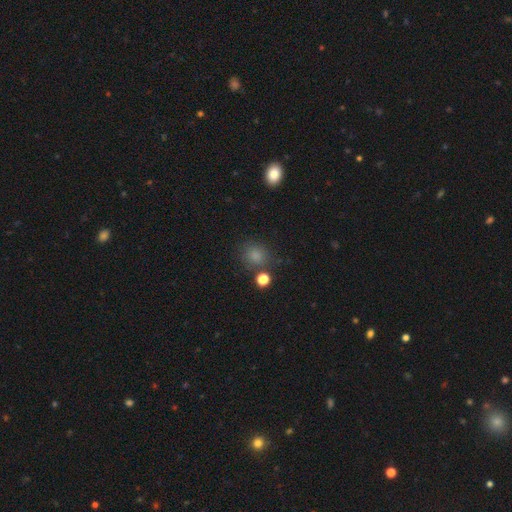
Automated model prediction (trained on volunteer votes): Smooth or featured? smooth (80%)
How rounded? round (80%)
Merging? none (75%)